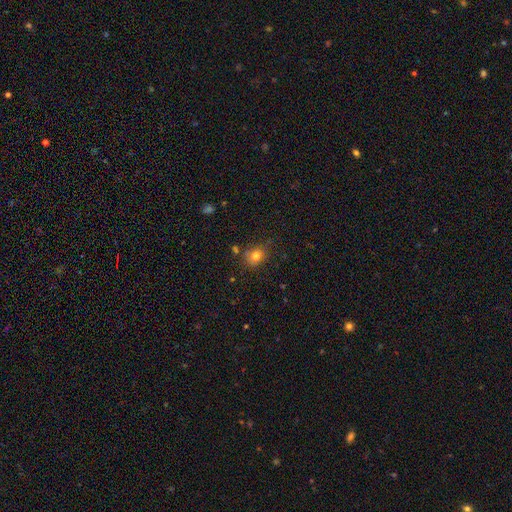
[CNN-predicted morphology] Overall: smooth (78%). How rounded: round (66%; in between 33%). Merging: none (73%).